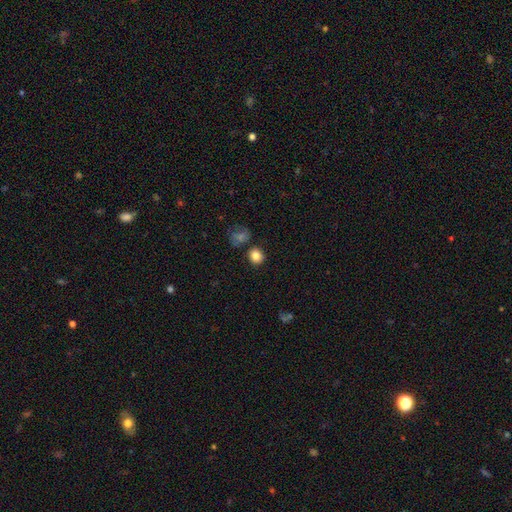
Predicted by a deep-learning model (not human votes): This appears to be a smooth galaxy with no disk features (84%) that is round (85%). Merging: none (83%).